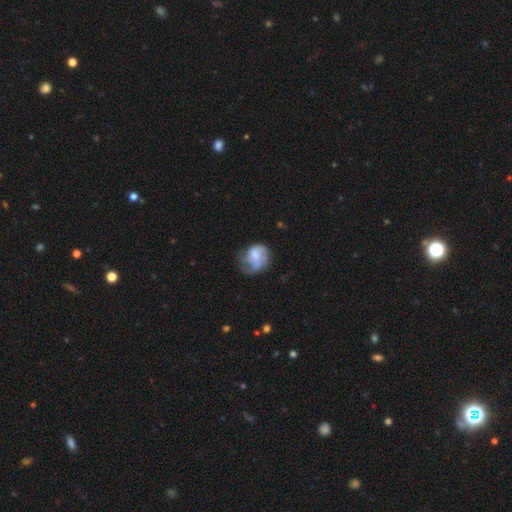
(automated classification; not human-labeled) smooth-or-featured: smooth: 50% | featured or disk: 42% | star or artifact: 8%
  how-rounded: round: 58% | in between: 41% | cigar-shaped: 1%
  merging: none: 34% | major disturbance: 32% | minor disturbance: 30% | merger: 3%